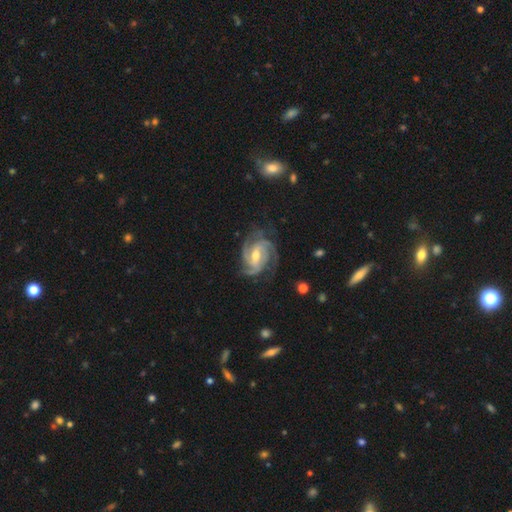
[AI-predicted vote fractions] A featured or disk galaxy (93%) with a weak bar (47%), 3 (52%) tight (53%) spiral arms (98%) and a moderate central bulge (62%). Merging: none (72%).